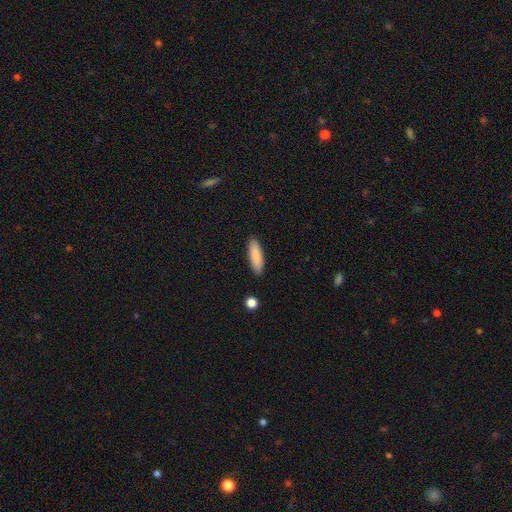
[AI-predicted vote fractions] A smooth galaxy with no disk features (88%) that is in between round and cigar-shaped (52%). Merging: none (89%).